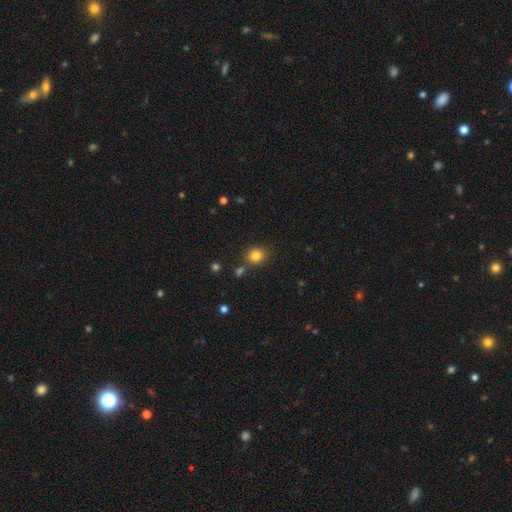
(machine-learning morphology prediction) The model was most divided on "how rounded": round: 73%, in between: 26%, cigar-shaped: 1%. More confident: smooth or featured — smooth (82%); merging — none (78%).